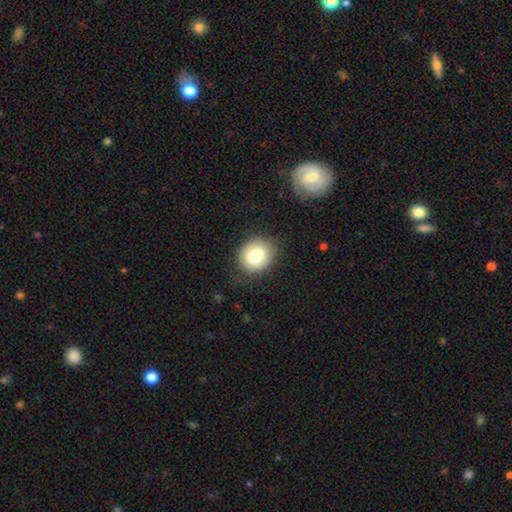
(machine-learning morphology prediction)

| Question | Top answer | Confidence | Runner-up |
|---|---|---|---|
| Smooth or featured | smooth | 80% | featured or disk (12%) |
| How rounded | round | 59% | in between (40%) |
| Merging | none | 78% | minor disturbance (15%) |